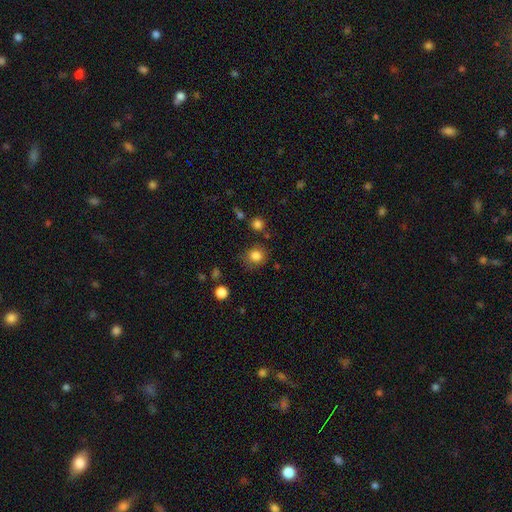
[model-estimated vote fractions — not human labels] Smooth or featured: smooth — 83% (star or artifact — 12%)
How rounded: round — 84% (in between — 15%)
Merging: none — 78% (minor disturbance — 14%)